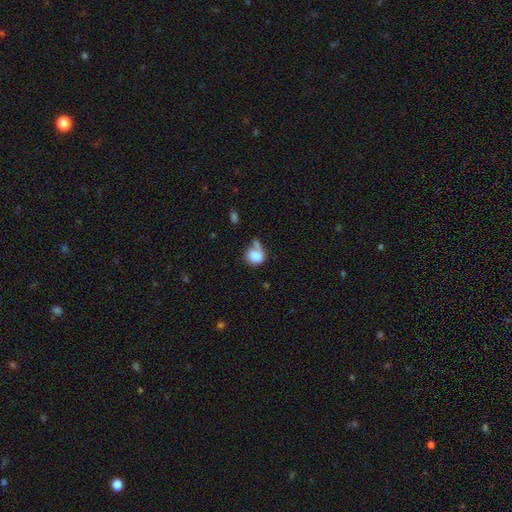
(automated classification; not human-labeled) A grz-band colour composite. It shows a smooth galaxy with no disk features (81%) that is round (64%). Merging: none (37%).